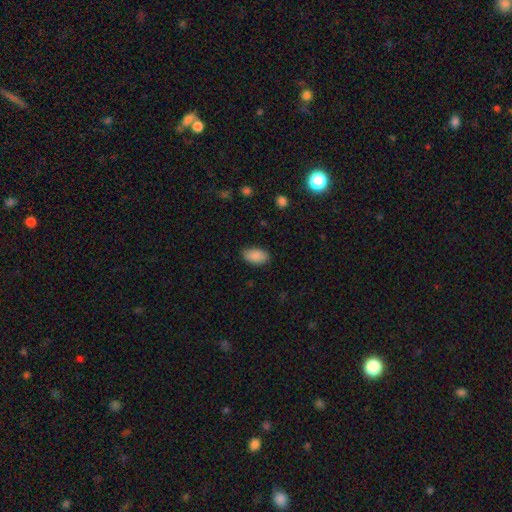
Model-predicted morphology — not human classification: Smooth or featured? smooth (89%)
How rounded? in between (94%)
Merging? none (83%)